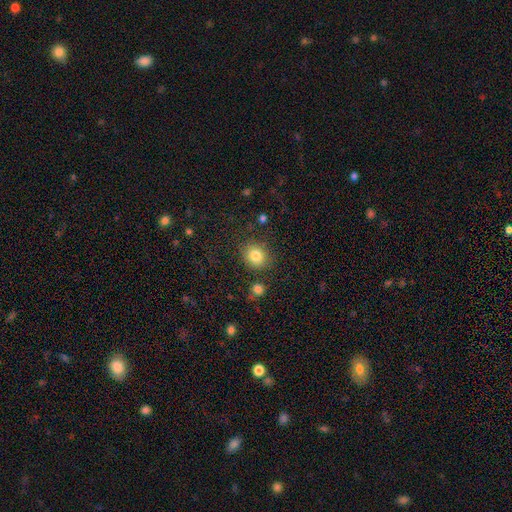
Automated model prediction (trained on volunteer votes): A smooth galaxy with no disk features (83%) that is round (78%). Merging: none (81%).